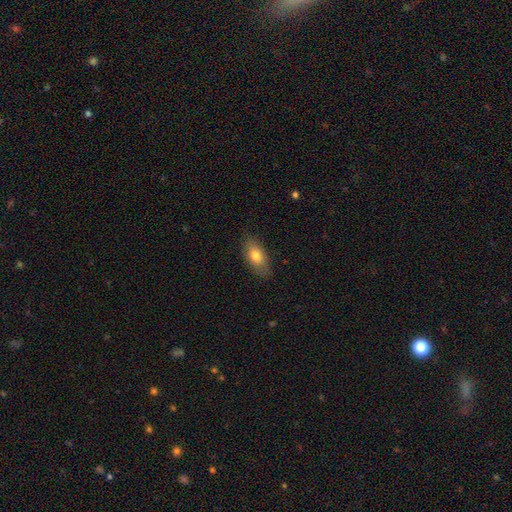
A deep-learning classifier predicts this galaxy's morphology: This is likely a smooth galaxy (77%). How rounded: clearly in between (87%). Merging: clearly none (81%).